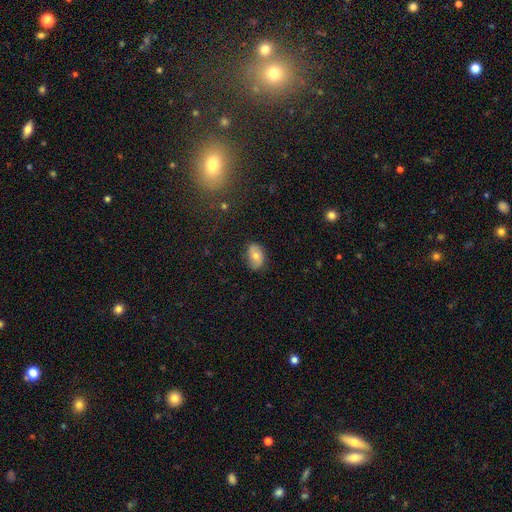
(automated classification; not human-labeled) smooth-or-featured: smooth: 60% | featured or disk: 30% | star or artifact: 10%
  how-rounded: in between: 86% | round: 12% | cigar-shaped: 2%
  merging: none: 78% | minor disturbance: 17% | major disturbance: 4% | merger: 1%